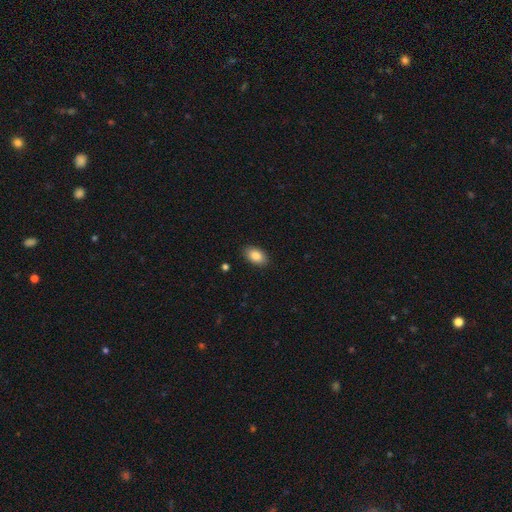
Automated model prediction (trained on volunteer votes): Smooth or featured? Predicted: smooth (p=0.86). How rounded? Predicted: in between (p=0.92). Merging? Predicted: none (p=0.88).